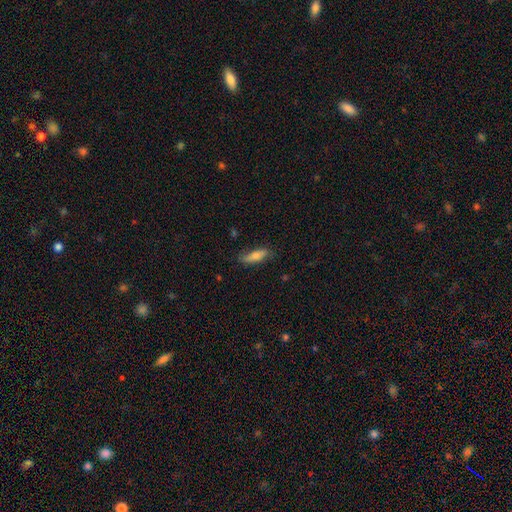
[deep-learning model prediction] Morphology: type=smooth (73%); roundness=cigar-shaped (50%); merging=none (74%).